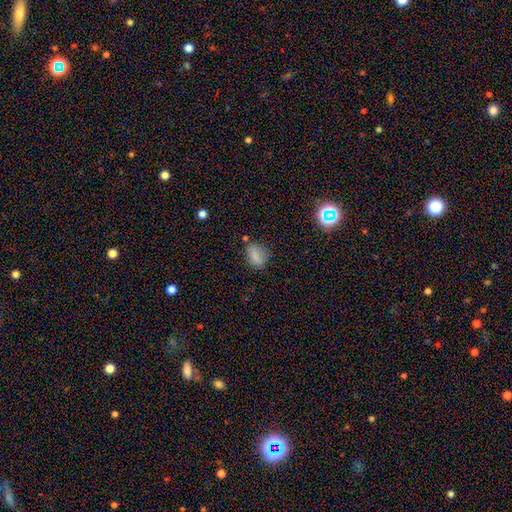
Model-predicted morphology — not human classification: Smooth or featured?
  - smooth: 76% *
  - star or artifact: 15%
  - featured or disk: 9%
How rounded?
  - in between: 64% *
  - round: 33%
  - cigar-shaped: 2%
Merging?
  - none: 65% *
  - minor disturbance: 23%
  - major disturbance: 7%
  - merger: 4%